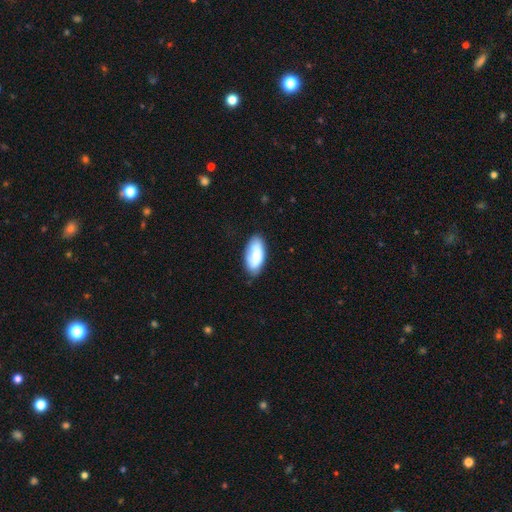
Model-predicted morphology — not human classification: Overall: smooth (75%). How rounded: in between (91%). Merging: none (74%).